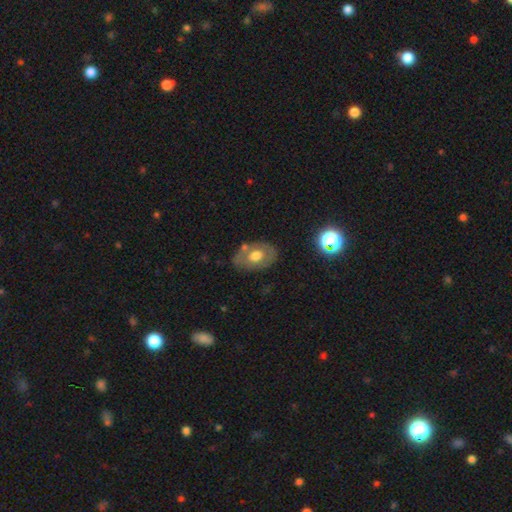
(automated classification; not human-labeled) This is possibly a smooth galaxy (52%). How rounded: clearly in between (81%). Merging: likely none (68%).